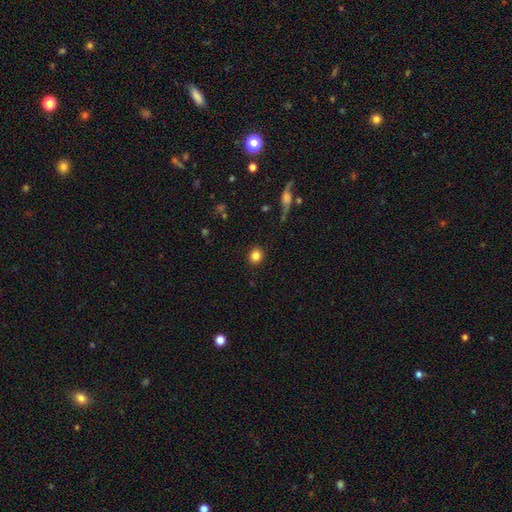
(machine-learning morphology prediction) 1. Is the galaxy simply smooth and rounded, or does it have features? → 84% smooth, 10% star or artifact, 6% featured or disk.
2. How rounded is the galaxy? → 84% round, 15% in between, 1% cigar-shaped.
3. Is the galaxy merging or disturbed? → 90% none, 6% minor disturbance, 2% major disturbance, 1% merger.